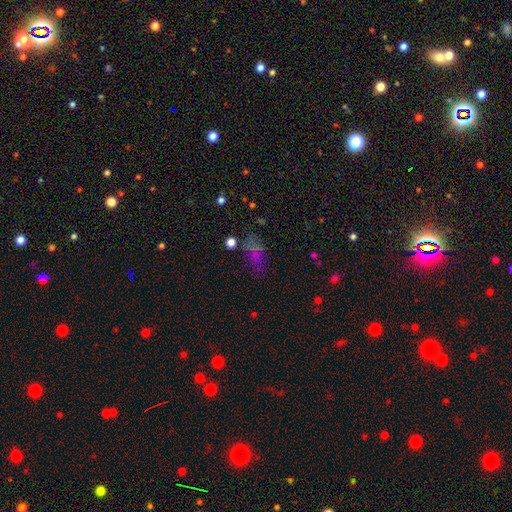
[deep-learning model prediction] Overall: smooth (62%; star or artifact 24%). How rounded: in between (82%). Merging: none (62%).